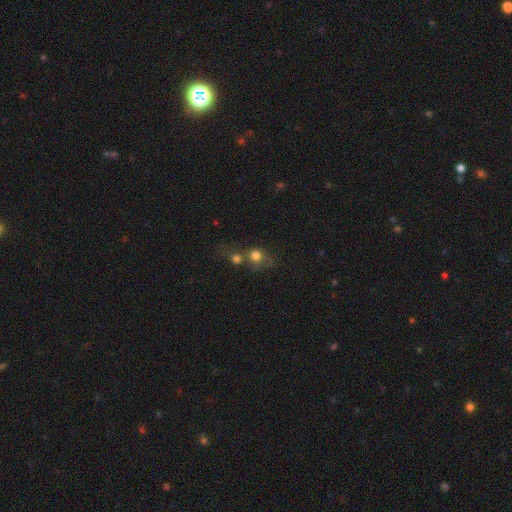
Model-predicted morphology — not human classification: The model was most divided on "merging": merger: 51%, none: 34%, minor disturbance: 8%, major disturbance: 7%. More confident: how rounded — round (83%); smooth or featured — smooth (74%).